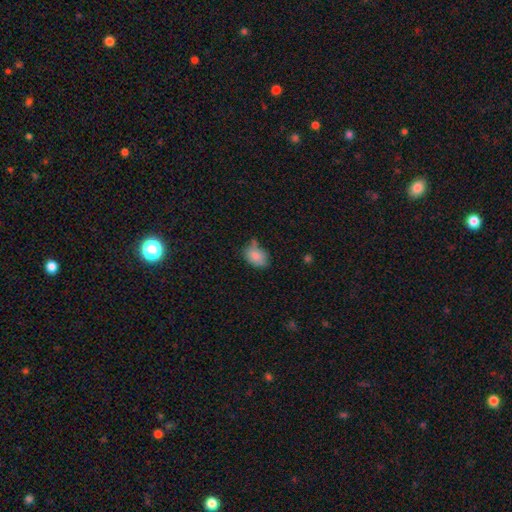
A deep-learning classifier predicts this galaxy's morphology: Smooth or featured? smooth (83%)
How rounded? in between (79%)
Merging? none (52%)